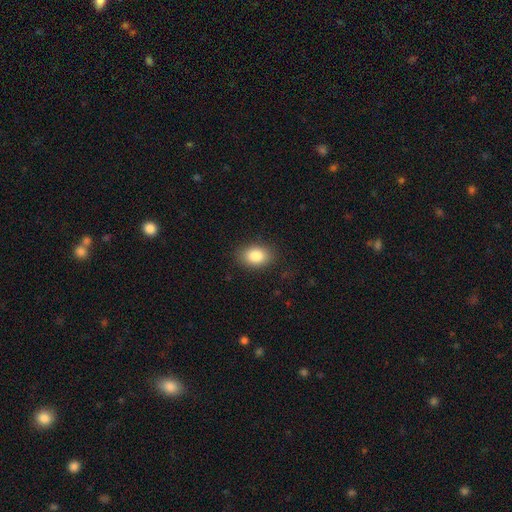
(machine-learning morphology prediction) smooth-or-featured: smooth: 85% | star or artifact: 8% | featured or disk: 7%
  how-rounded: in between: 78% | round: 21% | cigar-shaped: 1%
  merging: none: 86% | minor disturbance: 10% | major disturbance: 3% | merger: 1%